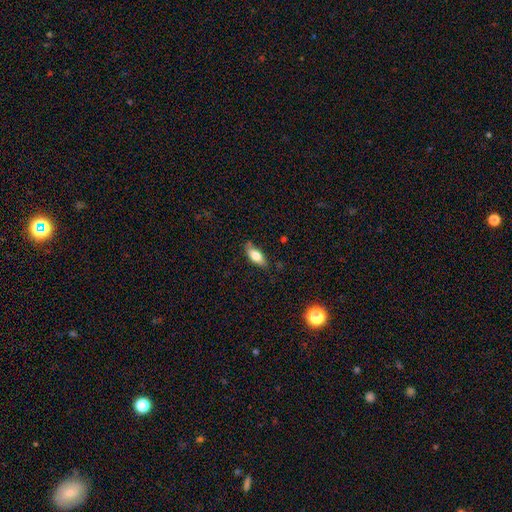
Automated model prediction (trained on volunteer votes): Q: Smooth or featured?
A: smooth (75%); runner-up: featured or disk (19%)
Q: How rounded?
A: in between (79%); runner-up: cigar-shaped (18%)
Q: Merging?
A: none (73%); runner-up: minor disturbance (21%)